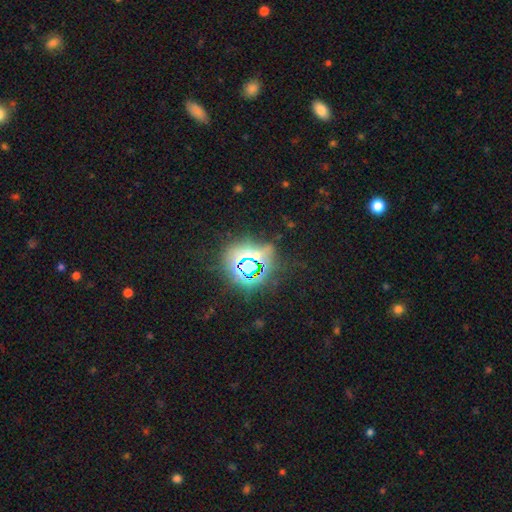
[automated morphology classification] Smooth or featured? Predicted: star or artifact (p=0.75).